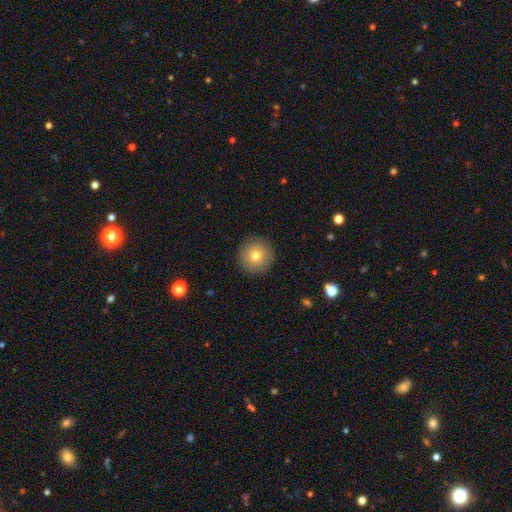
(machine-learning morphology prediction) A smooth galaxy with no disk features (76%) that is round (96%). Merging: none (90%).